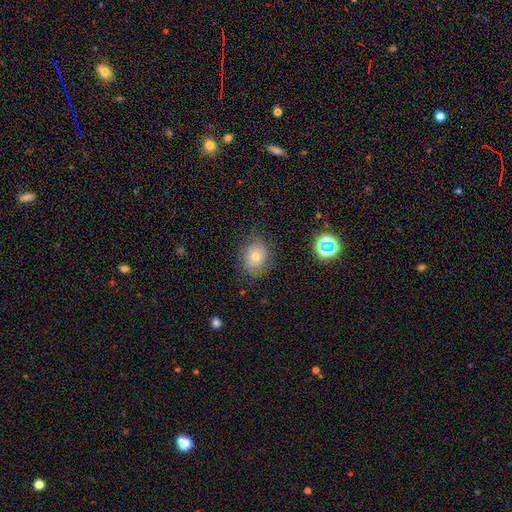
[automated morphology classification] Smooth or featured?
  - featured or disk: 42% * (tied)
  - smooth: 42% * (tied)
  - star or artifact: 16%
Merging?
  - none: 75% *
  - minor disturbance: 17%
  - major disturbance: 7%
  - merger: 1%